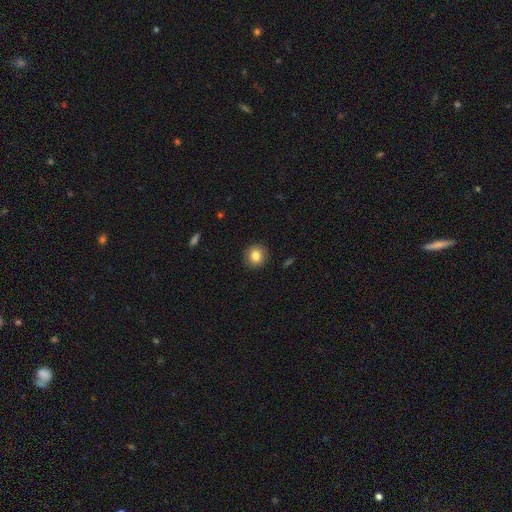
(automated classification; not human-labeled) Morphology: type=smooth (81%); roundness=round (90%); merging=none (90%).